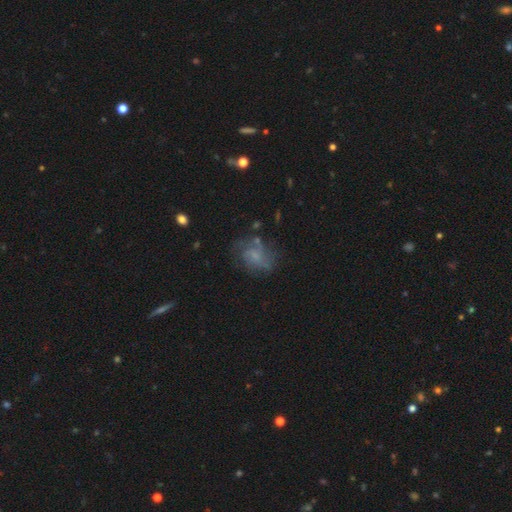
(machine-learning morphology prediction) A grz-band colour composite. It shows a featured or disk galaxy (51%). Merging: none (56%).